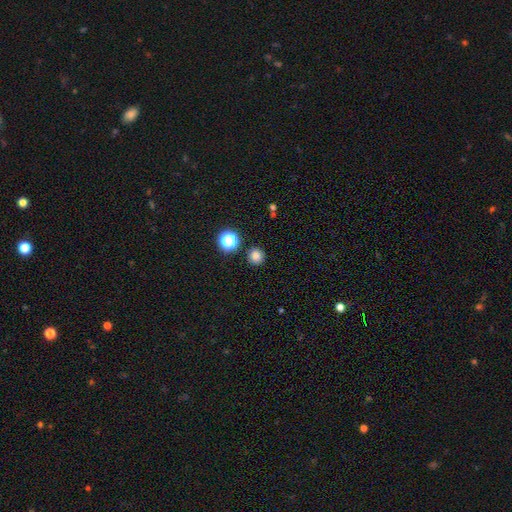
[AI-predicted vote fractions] Overall: smooth (81%). How rounded: round (94%). Merging: none (89%).